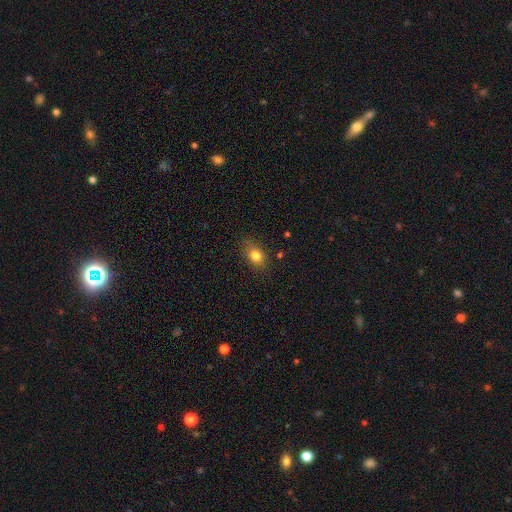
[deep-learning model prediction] This is clearly a smooth galaxy (81%). How rounded: likely in between (69%). Merging: likely none (78%).